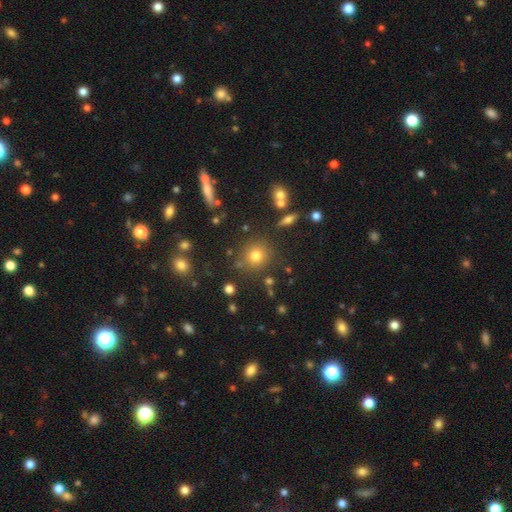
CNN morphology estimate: This is likely a smooth galaxy (75%). How rounded: clearly round (89%). Merging: clearly none (83%).